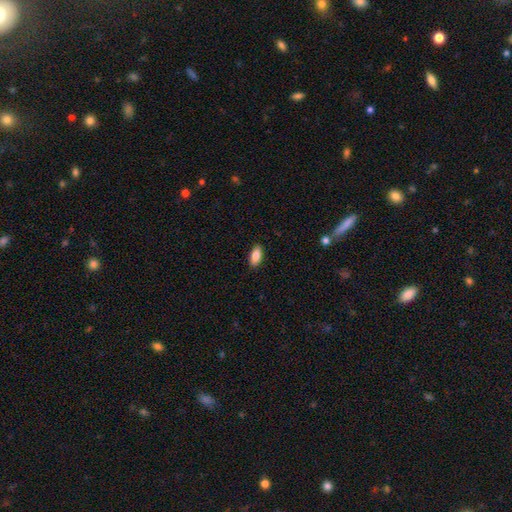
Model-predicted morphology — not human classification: Q: Smooth or featured?
A: smooth (86%); runner-up: featured or disk (7%)
Q: How rounded?
A: in between (89%); runner-up: cigar-shaped (9%)
Q: Merging?
A: none (89%); runner-up: minor disturbance (9%)